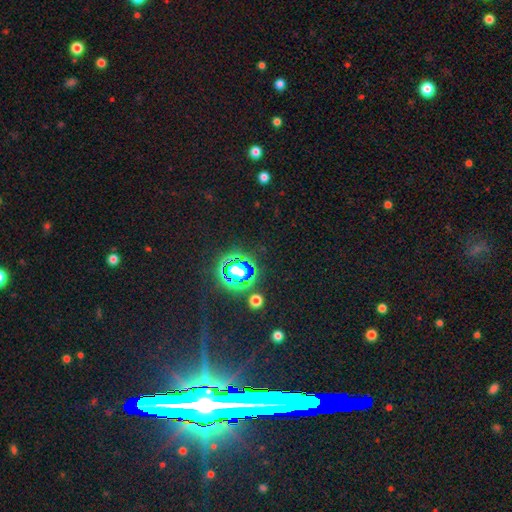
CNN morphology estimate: Smooth or featured? star or artifact (80%)